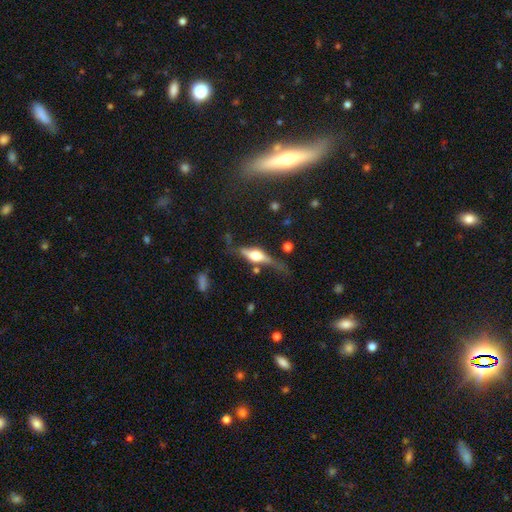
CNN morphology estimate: Smooth or featured?
  - featured or disk: 67% *
  - smooth: 27%
  - star or artifact: 7%
Edge-on disk?
  - yes: 89% *
  - no: 11%
Edge-on bulge?
  - rounded: 90% *
  - boxy: 8%
  - none: 2%
Merging?
  - none: 56% *
  - minor disturbance: 25%
  - major disturbance: 14%
  - merger: 6%